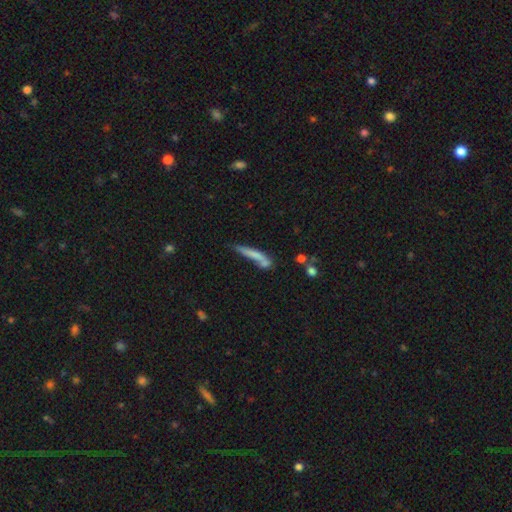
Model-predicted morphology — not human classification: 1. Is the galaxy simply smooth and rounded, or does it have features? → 62% smooth, 29% featured or disk, 9% star or artifact.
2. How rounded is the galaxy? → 90% cigar-shaped, 8% in between, 2% round.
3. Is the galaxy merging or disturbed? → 47% none, 22% minor disturbance, 20% merger, 11% major disturbance.